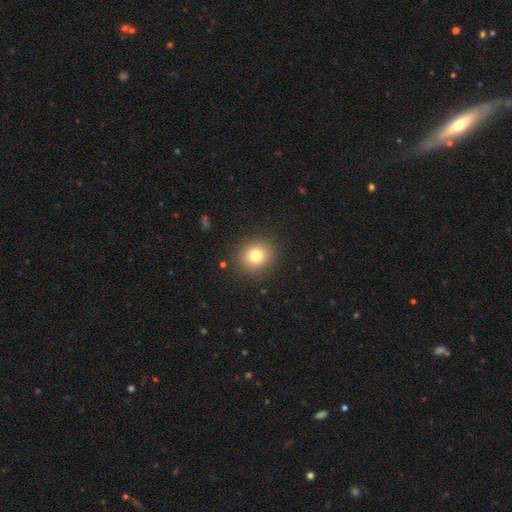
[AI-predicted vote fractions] Morphology: type=smooth (78%); roundness=round (85%); merging=none (90%).